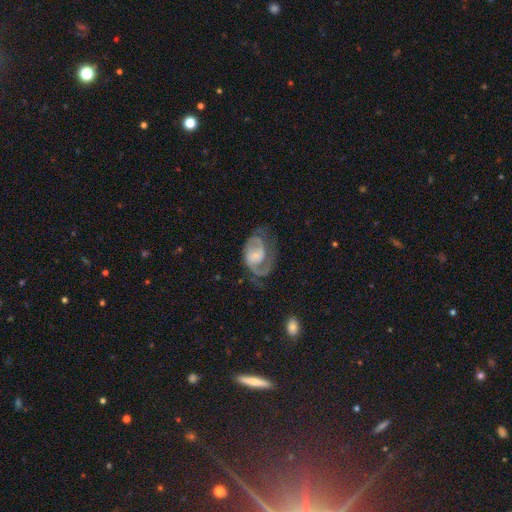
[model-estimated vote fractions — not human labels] Q: Smooth or featured?
A: featured or disk (80%); runner-up: smooth (14%)
Q: Edge-on disk?
A: no (98%); runner-up: yes (2%)
Q: Bar?
A: no (57%); runner-up: weak (35%)
Q: Spiral arms?
A: yes (93%); runner-up: no (7%)
Q: Spiral winding?
A: medium (49%); runner-up: tight (29%)
Q: Spiral arm count?
A: 2 (66%); runner-up: 1 (19%)
Q: Bulge size?
A: small (55%); runner-up: moderate (21%)
Q: Merging?
A: none (49%); runner-up: major disturbance (27%)